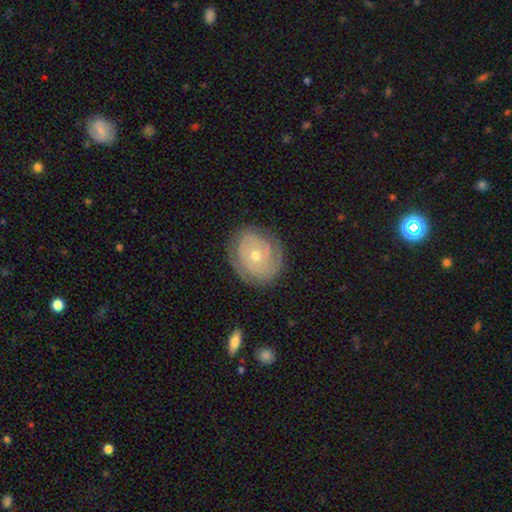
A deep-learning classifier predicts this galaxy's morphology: smooth_or_featured: featured or disk (p=0.73) [alt: smooth p=0.21]
disk_edge_on: no (p=0.97) [alt: yes p=0.03]
bar: no (p=0.82) [alt: weak p=0.14]
has_spiral_arms: yes (p=0.81) [alt: no p=0.19]
spiral_winding: tight (p=0.78) [alt: medium p=0.16]
spiral_arm_count: can't tell (p=0.39) [alt: 2 p=0.35]
bulge_size: small (p=0.49) [alt: moderate p=0.48]
merging: none (p=0.78) [alt: minor disturbance p=0.16]